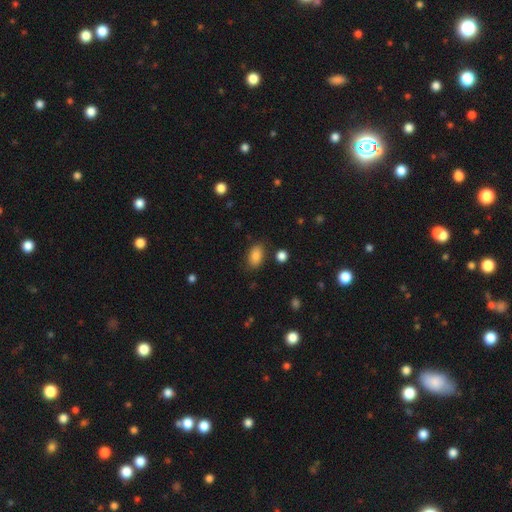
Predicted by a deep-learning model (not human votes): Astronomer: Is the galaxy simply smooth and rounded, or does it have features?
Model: smooth — 85%.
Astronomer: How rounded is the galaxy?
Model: in between — 88%.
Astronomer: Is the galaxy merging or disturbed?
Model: none — 81%.